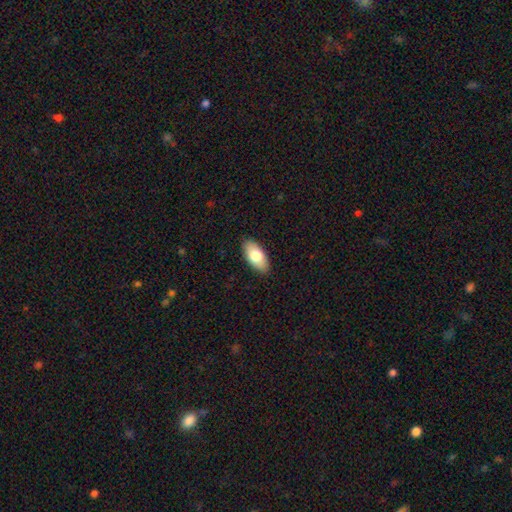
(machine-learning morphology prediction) This appears to be a smooth galaxy with no disk features (76%) that is in between round and cigar-shaped (92%). Merging: none (88%).